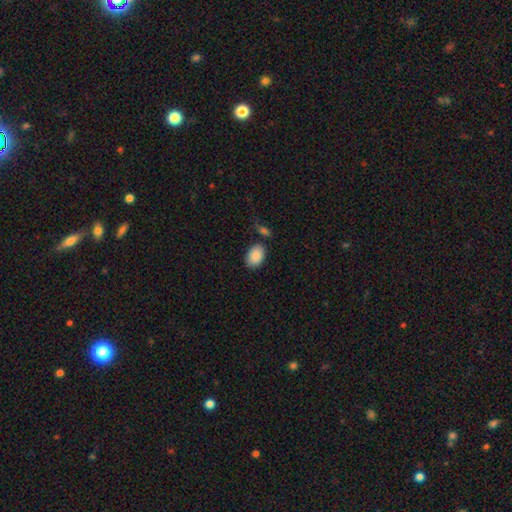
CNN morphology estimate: This appears to be a smooth galaxy with no disk features (87%) that is in between round and cigar-shaped (87%). Merging: none (77%).